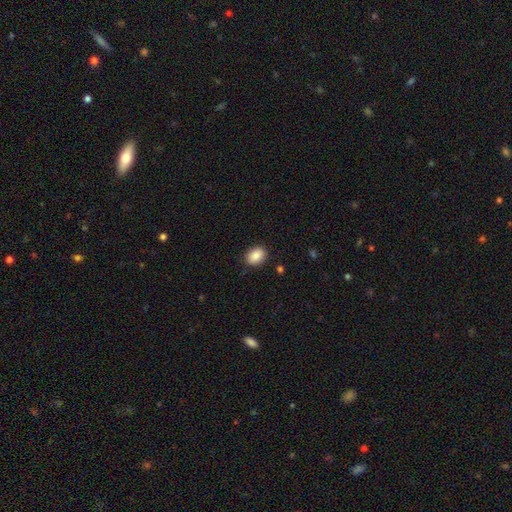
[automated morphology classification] Q: Smooth or featured?
A: smooth (88%); runner-up: star or artifact (8%)
Q: How rounded?
A: in between (68%); runner-up: round (31%)
Q: Merging?
A: none (87%); runner-up: minor disturbance (10%)